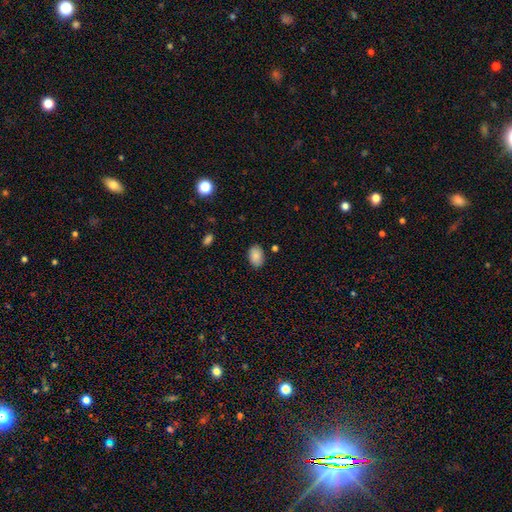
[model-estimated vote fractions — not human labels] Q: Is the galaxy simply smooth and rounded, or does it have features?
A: smooth — 87%.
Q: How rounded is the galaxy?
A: in between — 88%.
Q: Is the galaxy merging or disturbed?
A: none — 84%.